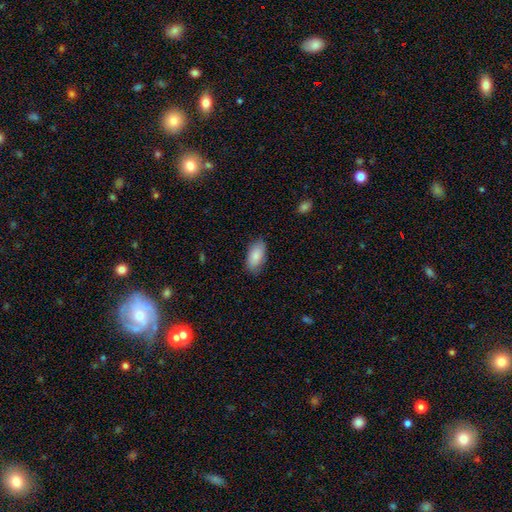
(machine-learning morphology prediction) type=smooth (86%); roundness=in between (94%); merging=none (83%).